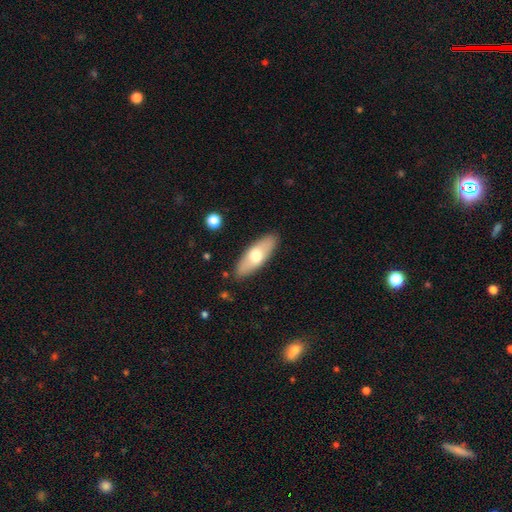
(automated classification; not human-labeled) A smooth galaxy with no disk features (62%) that is in between round and cigar-shaped (67%).

Vote fractions:
- Smooth or featured? smooth: 62% / featured or disk: 32% / star or artifact: 5%
- How rounded? in between: 67% / cigar-shaped: 30% / round: 2%
- Merging? none: 88% / minor disturbance: 9% / major disturbance: 2% / merger: 1%